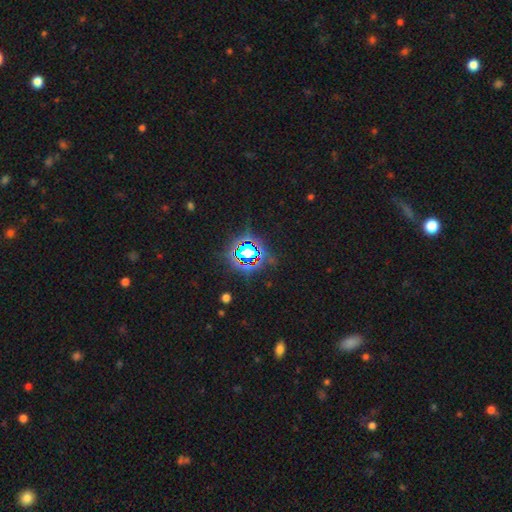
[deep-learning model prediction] smooth-or-featured: star or artifact: 81% | smooth: 12% | featured or disk: 7%